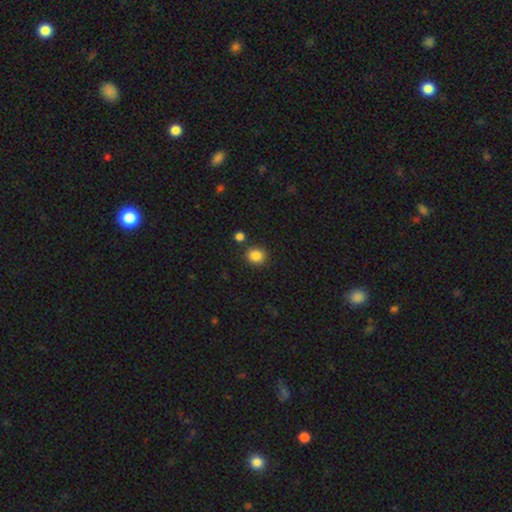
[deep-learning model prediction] Smooth or featured? smooth (86%)
How rounded? round (71%)
Merging? none (83%)